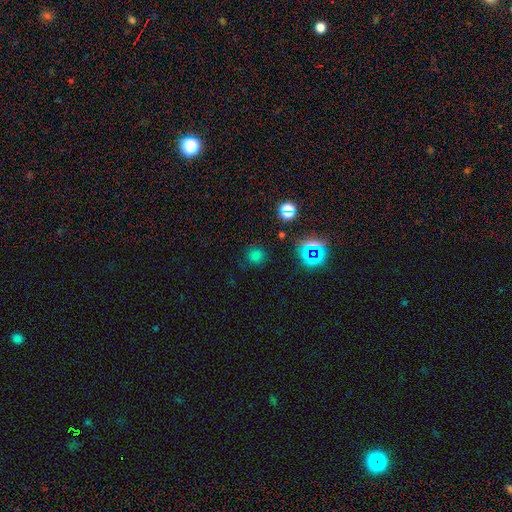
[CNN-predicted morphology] This is likely a smooth galaxy (65%). How rounded: clearly round (91%). Merging: clearly none (85%).